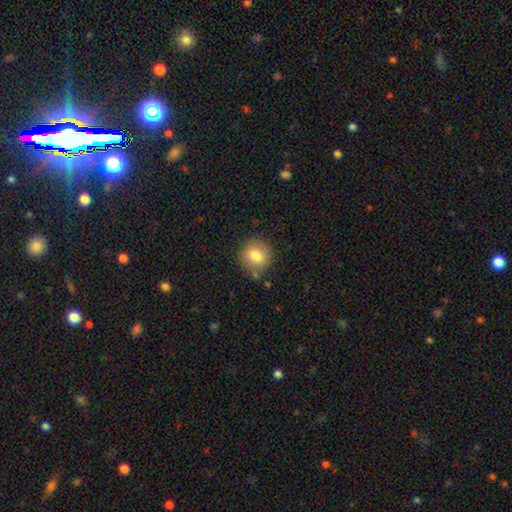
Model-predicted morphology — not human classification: Smooth or featured? smooth (81%)
How rounded? round (87%)
Merging? none (80%)